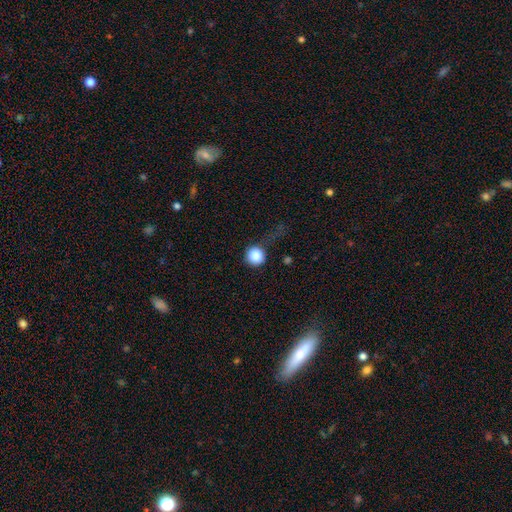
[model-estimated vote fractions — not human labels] Smooth or featured? smooth (86%)
How rounded? round (93%)
Merging? none (67%)